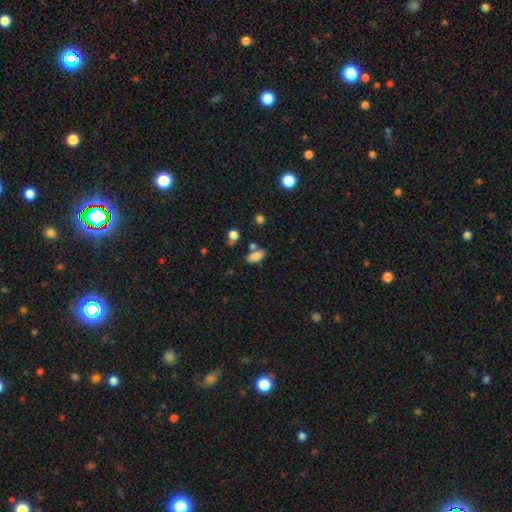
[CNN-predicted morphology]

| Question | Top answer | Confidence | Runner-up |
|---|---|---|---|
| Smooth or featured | smooth | 80% | star or artifact (11%) |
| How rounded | in between | 85% | cigar-shaped (9%) |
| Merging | none | 58% | minor disturbance (19%) |